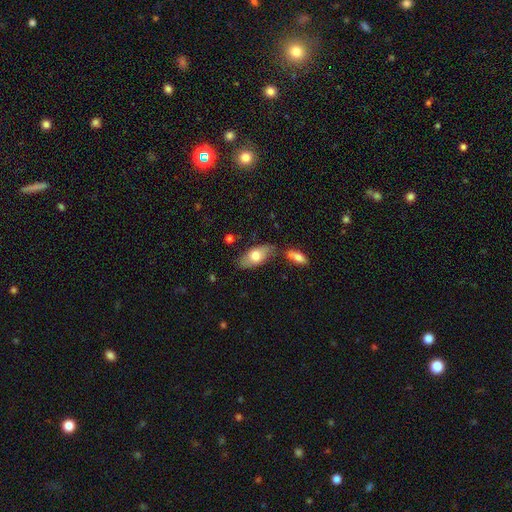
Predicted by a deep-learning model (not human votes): smooth 71%, featured or disk 23%, star or artifact 6%. Down the decision tree: how rounded — in between (87%); merging — none (72%).